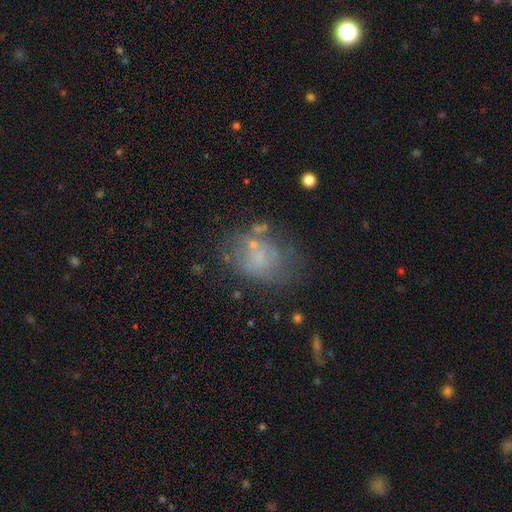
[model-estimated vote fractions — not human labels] smooth-or-featured: smooth: 44% | featured or disk: 39% | star or artifact: 17%
  merging: none: 52% | minor disturbance: 22% | major disturbance: 17% | merger: 10%